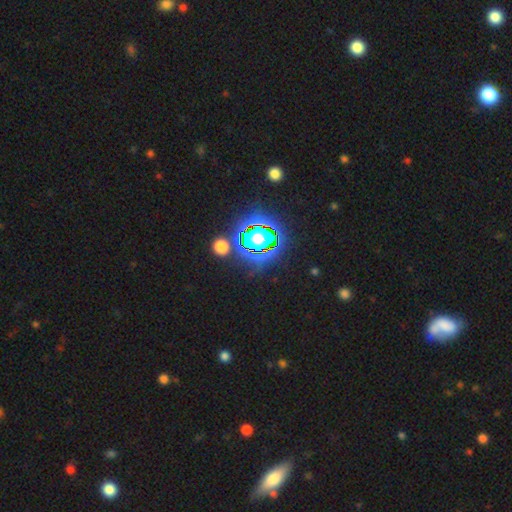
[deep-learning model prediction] Smooth or featured? star or artifact (83%)